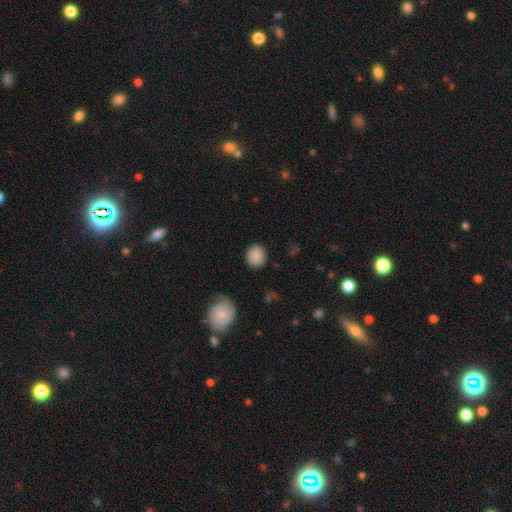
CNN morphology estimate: A smooth galaxy with no disk features (87%) that is round (80%). Merging: none (86%).